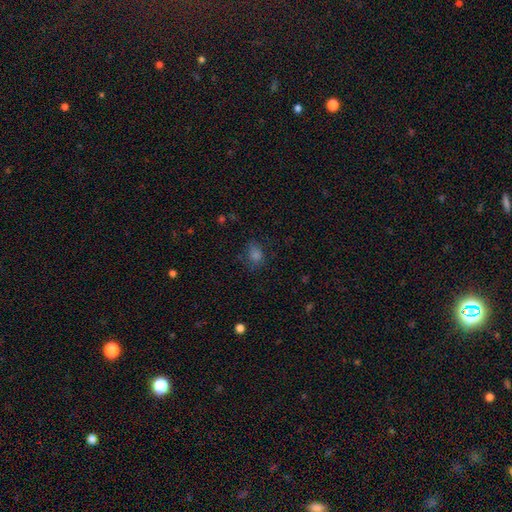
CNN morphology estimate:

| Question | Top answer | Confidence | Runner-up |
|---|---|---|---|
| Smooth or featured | smooth | 70% | star or artifact (21%) |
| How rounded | in between | 54% | round (45%) |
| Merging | none | 70% | minor disturbance (19%) |